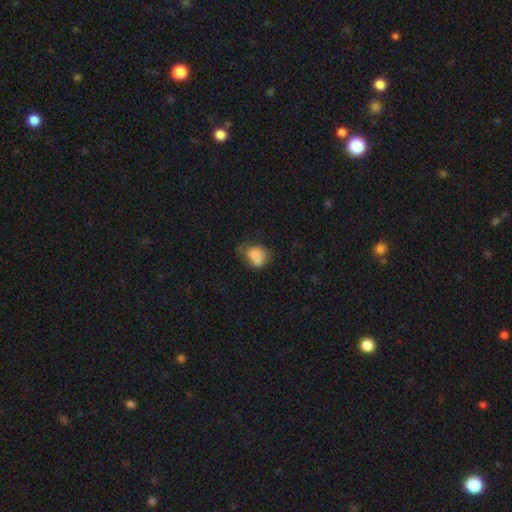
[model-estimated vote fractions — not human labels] smooth_or_featured: smooth (p=0.76) [alt: featured or disk p=0.14]
how_rounded: in between (p=0.52) [alt: round p=0.46]
merging: none (p=0.33) [alt: minor disturbance p=0.27]